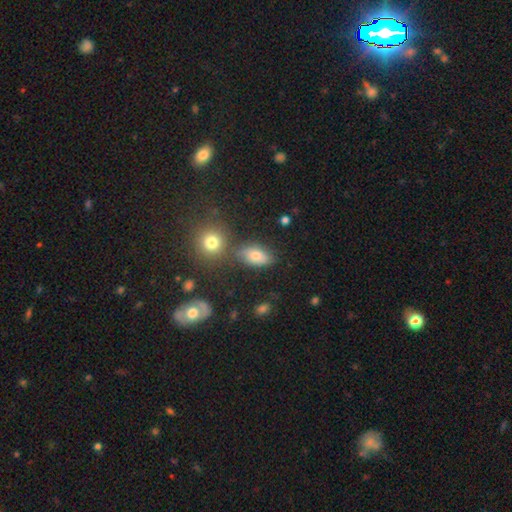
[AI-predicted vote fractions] Morphology: type=smooth (68%); roundness=in between (84%); merging=none (71%).